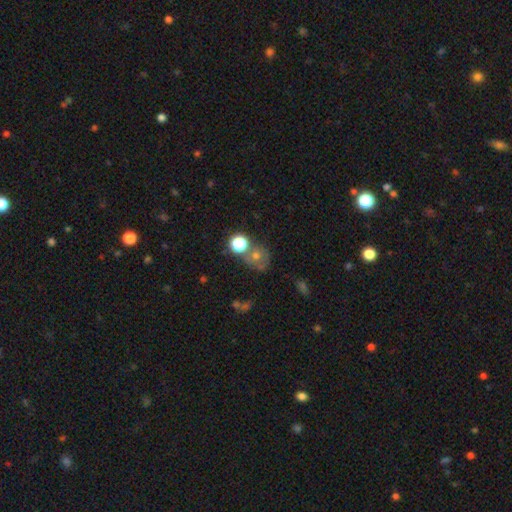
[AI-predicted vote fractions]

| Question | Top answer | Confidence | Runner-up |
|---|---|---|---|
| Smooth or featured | smooth | 57% | star or artifact (26%) |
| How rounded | round | 79% | in between (20%) |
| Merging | none | 52% | merger (26%) |